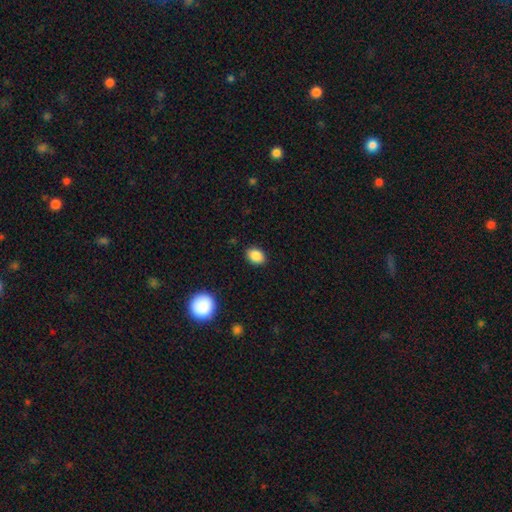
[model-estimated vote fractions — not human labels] The model was most divided on "how rounded": in between: 72%, round: 27%, cigar-shaped: 1%. More confident: merging — none (89%); smooth or featured — smooth (87%).